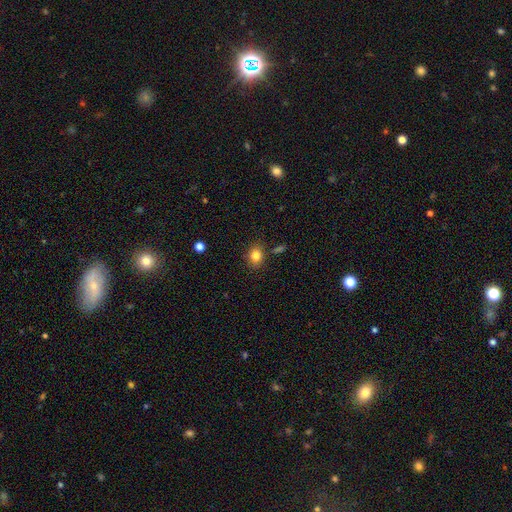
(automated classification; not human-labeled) smooth-or-featured: smooth: 83% | star or artifact: 11% | featured or disk: 7%
  how-rounded: round: 55% | in between: 44% | cigar-shaped: 1%
  merging: none: 82% | minor disturbance: 11% | merger: 4% | major disturbance: 3%